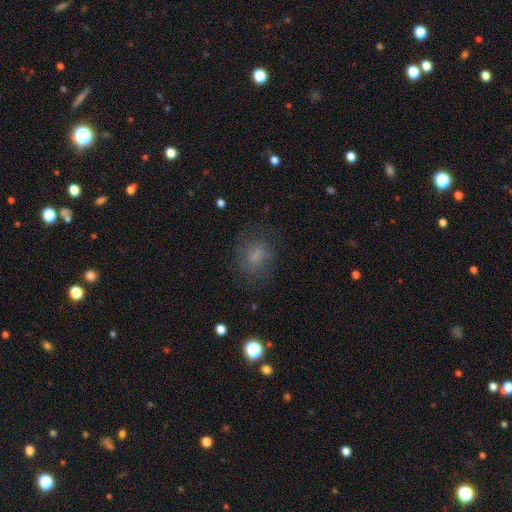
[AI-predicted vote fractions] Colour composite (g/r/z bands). It shows a smooth galaxy with no disk features (67%) that is round (54%). Merging: none (74%).